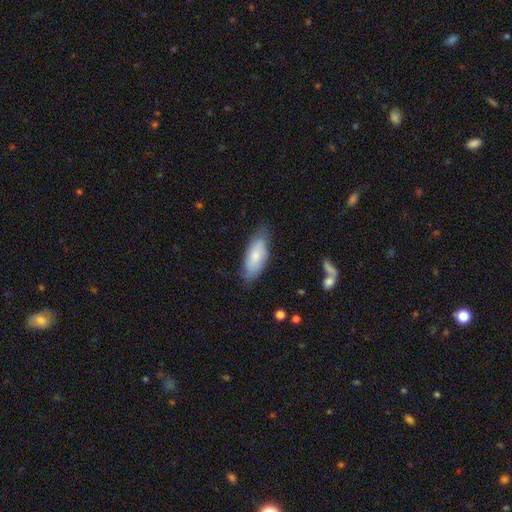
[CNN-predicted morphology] This is likely a smooth galaxy (67%). How rounded: likely in between (80%). Merging: likely none (69%).